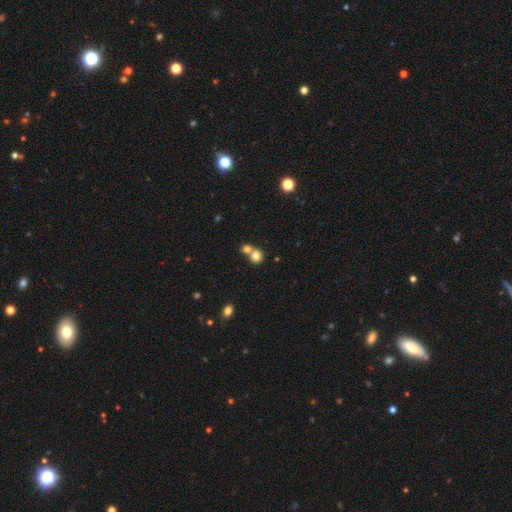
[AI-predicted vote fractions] smooth 78%, star or artifact 12%, featured or disk 10%. Down the decision tree: how rounded — round (85%); merging — merger (47%).